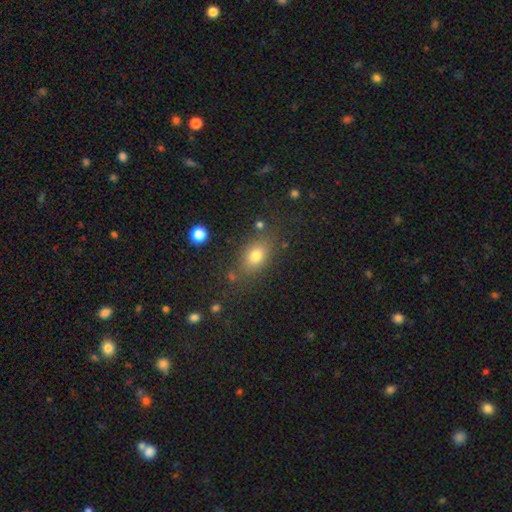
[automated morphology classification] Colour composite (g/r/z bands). It shows a smooth galaxy with no disk features (76%) that is in between round and cigar-shaped (74%). Merging: none (76%).